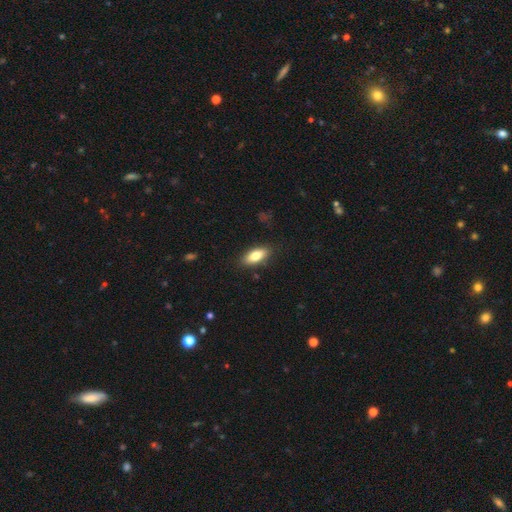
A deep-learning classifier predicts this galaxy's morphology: type=smooth (80%); roundness=in between (84%); merging=none (86%).